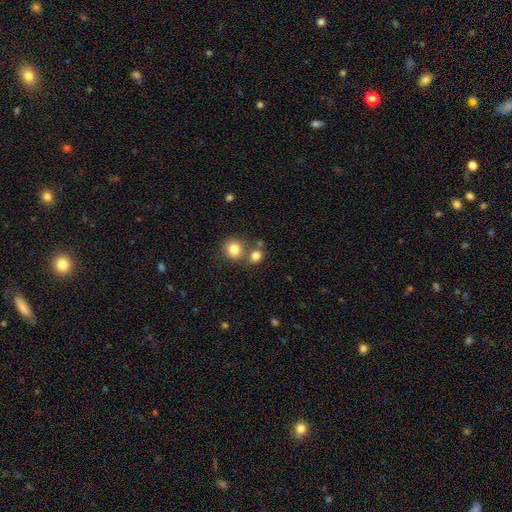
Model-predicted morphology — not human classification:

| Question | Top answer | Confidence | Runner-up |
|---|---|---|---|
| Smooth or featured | smooth | 81% | star or artifact (12%) |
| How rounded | round | 79% | in between (20%) |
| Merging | none | 59% | merger (29%) |